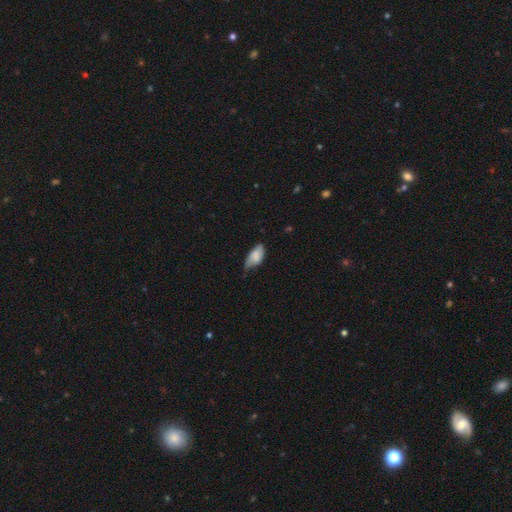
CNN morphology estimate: smooth-or-featured: smooth: 75% | featured or disk: 18% | star or artifact: 7%
  how-rounded: in between: 92% | cigar-shaped: 6% | round: 3%
  merging: minor disturbance: 51% | none: 33% | major disturbance: 14% | merger: 2%